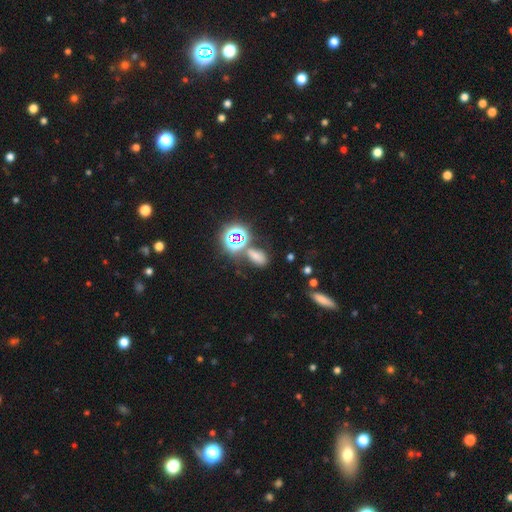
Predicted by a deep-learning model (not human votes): Overall: smooth (55%; star or artifact 36%). How rounded: in between (81%). Merging: none (60%).